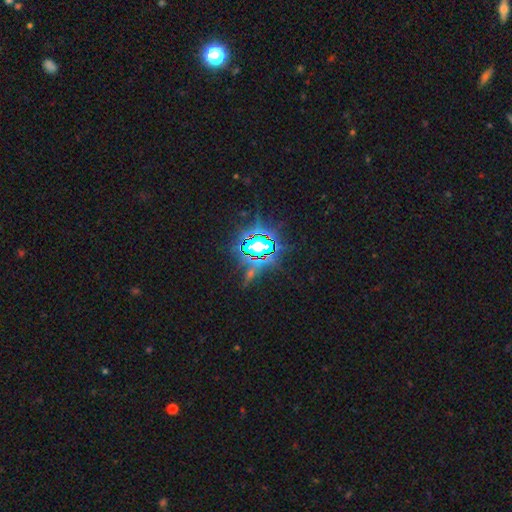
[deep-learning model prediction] Q: Smooth or featured?
A: star or artifact (84%); runner-up: smooth (9%)